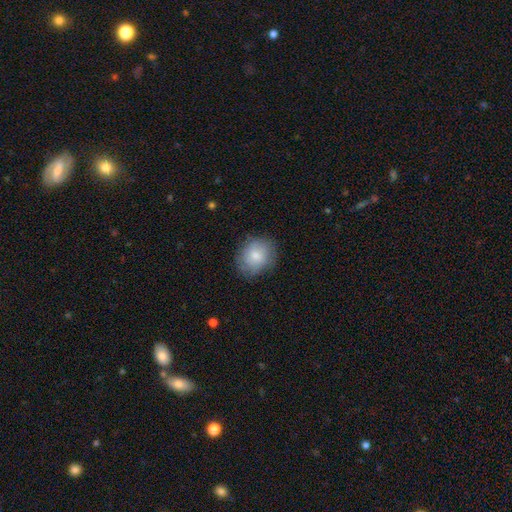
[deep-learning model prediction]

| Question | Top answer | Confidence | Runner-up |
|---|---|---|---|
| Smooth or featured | smooth | 79% | featured or disk (15%) |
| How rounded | round | 68% | in between (31%) |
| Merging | none | 76% | minor disturbance (18%) |